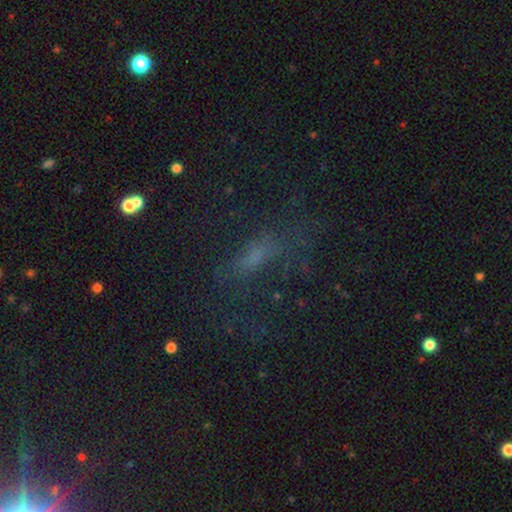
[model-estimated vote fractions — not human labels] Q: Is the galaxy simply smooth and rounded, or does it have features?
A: smooth — 42%.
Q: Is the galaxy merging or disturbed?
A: none — 52%.